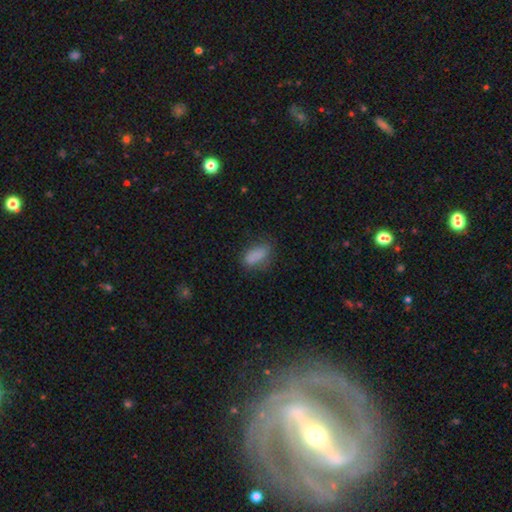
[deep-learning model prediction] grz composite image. It shows a smooth galaxy with no disk features (83%) that is in between round and cigar-shaped (82%). Merging: none (63%).